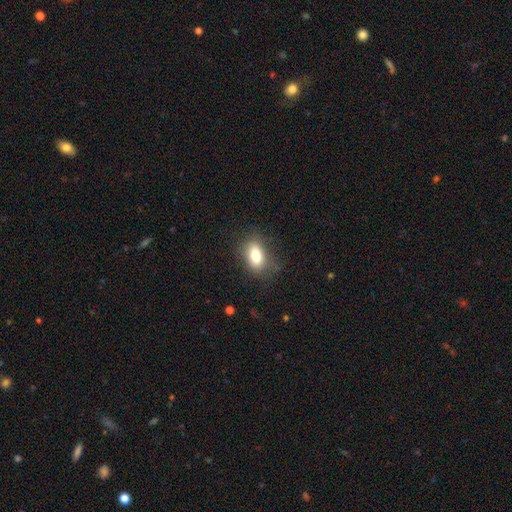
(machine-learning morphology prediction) This is likely a smooth galaxy (77%). How rounded: clearly in between (83%). Merging: likely none (76%).